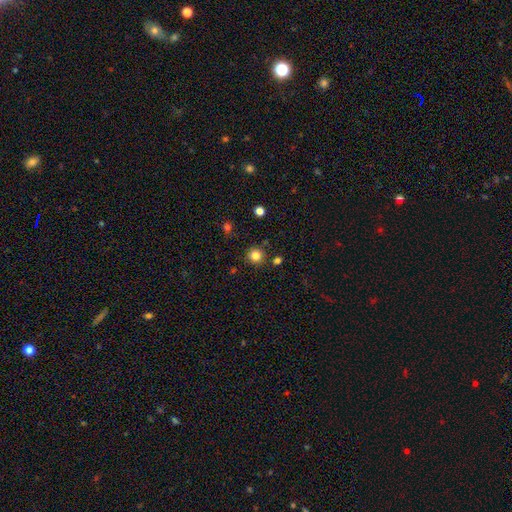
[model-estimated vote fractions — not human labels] A smooth galaxy with no disk features (82%) that is round (94%).

Vote fractions:
- Smooth or featured? smooth: 82% / star or artifact: 13% / featured or disk: 5%
- How rounded? round: 94% / in between: 5% / cigar-shaped: 1%
- Merging? none: 86% / minor disturbance: 8% / merger: 4% / major disturbance: 2%